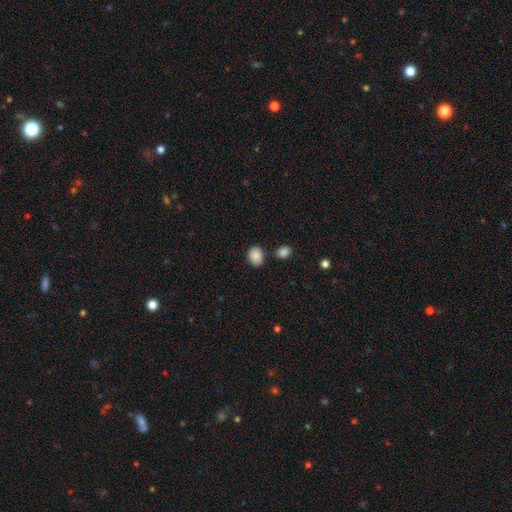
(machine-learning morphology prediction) smooth_or_featured: smooth (p=0.87) [alt: star or artifact p=0.08]
how_rounded: in between (p=0.50) [alt: round p=0.49]
merging: none (p=0.76) [alt: minor disturbance p=0.13]